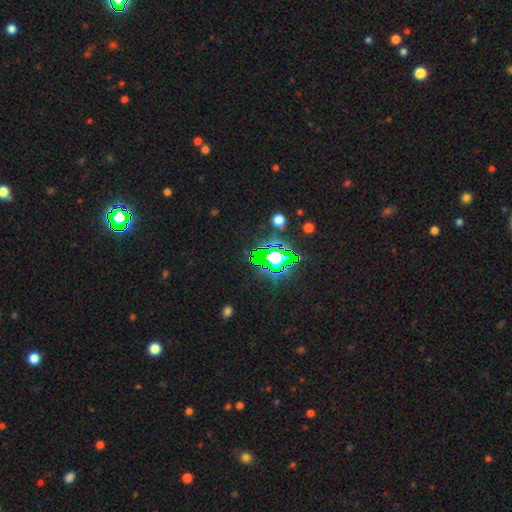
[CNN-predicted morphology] Smooth or featured? star or artifact (82%)